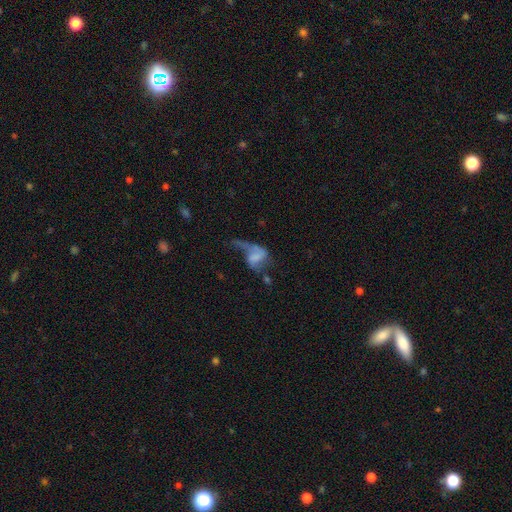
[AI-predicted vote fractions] Overall: featured or disk (54%; smooth 36%). Edge-on disk: no (96%). Bar: no (54%; weak 33%). Spiral arms: yes (67%; no 33%). Bulge size: none (53%; small 23%). Merging: major disturbance (51%; none 19%).